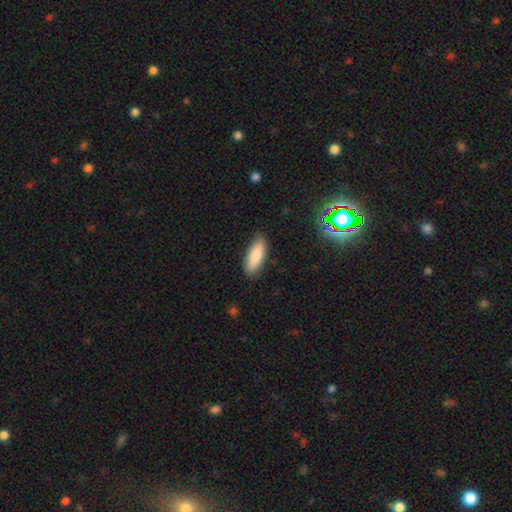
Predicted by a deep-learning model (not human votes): The model was most divided on "how rounded": in between: 69%, cigar-shaped: 29%, round: 2%. More confident: merging — none (86%); smooth or featured — smooth (84%).